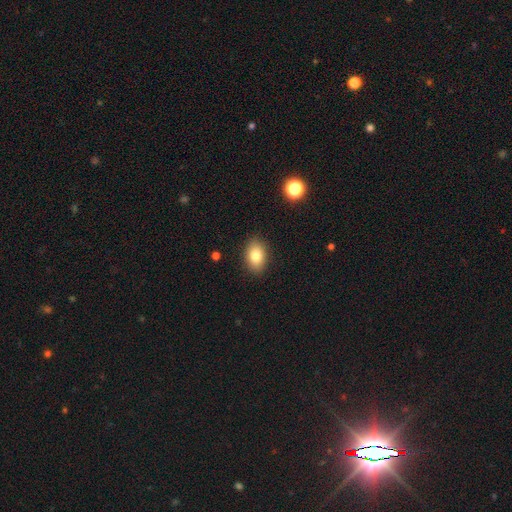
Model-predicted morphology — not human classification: A smooth galaxy with no disk features (82%) that is in between round and cigar-shaped (86%).

Vote fractions:
- Smooth or featured? smooth: 82% / featured or disk: 10% / star or artifact: 9%
- How rounded? in between: 86% / round: 13% / cigar-shaped: 1%
- Merging? none: 88% / minor disturbance: 9% / major disturbance: 2% / merger: 1%